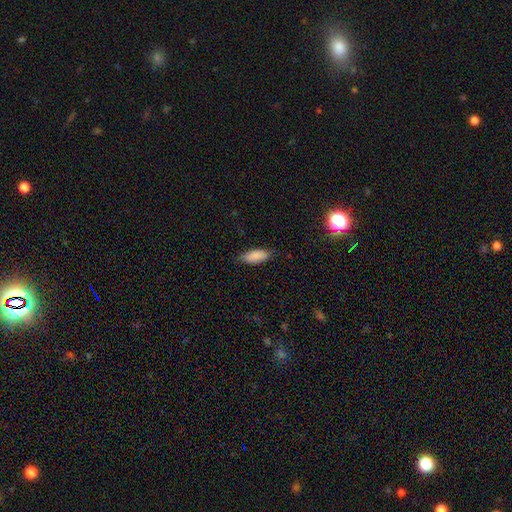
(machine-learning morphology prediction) Smooth or featured: smooth — 88% (star or artifact — 7%)
How rounded: in between — 79% (cigar-shaped — 19%)
Merging: none — 81% (minor disturbance — 15%)